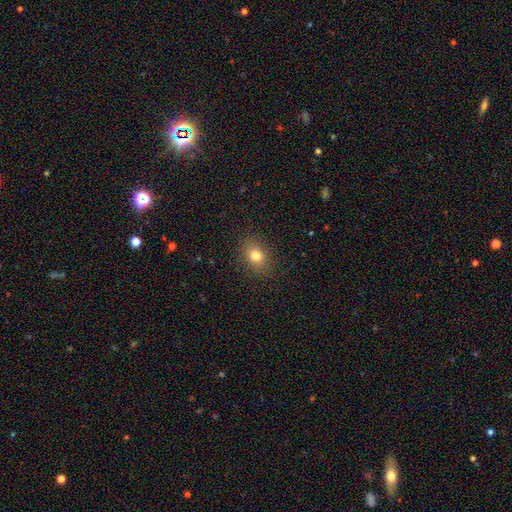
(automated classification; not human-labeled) smooth-or-featured: smooth: 79% | star or artifact: 12% | featured or disk: 9%
  how-rounded: in between: 57% | round: 41% | cigar-shaped: 1%
  merging: none: 86% | minor disturbance: 10% | major disturbance: 3% | merger: 1%